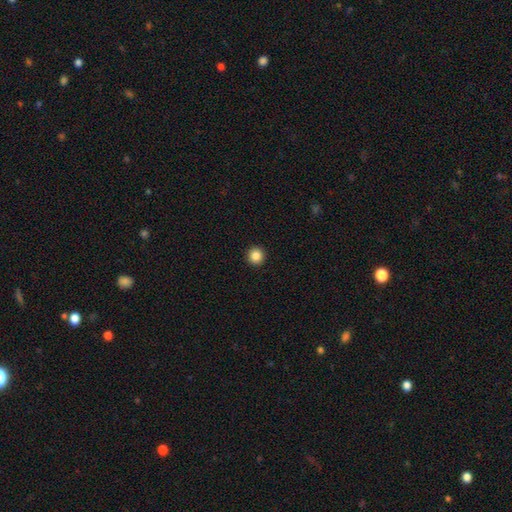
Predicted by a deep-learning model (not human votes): smooth_or_featured: smooth (p=0.86) [alt: star or artifact p=0.10]
how_rounded: round (p=0.95) [alt: in between p=0.04]
merging: none (p=0.94) [alt: minor disturbance p=0.04]